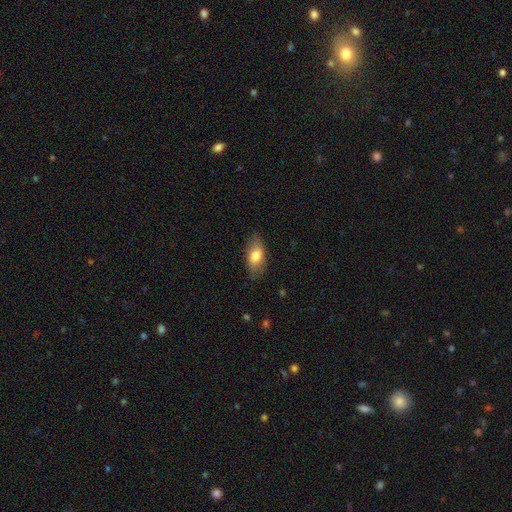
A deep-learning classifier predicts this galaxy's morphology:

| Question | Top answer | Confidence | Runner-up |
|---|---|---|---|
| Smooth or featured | smooth | 76% | featured or disk (18%) |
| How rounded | in between | 90% | cigar-shaped (5%) |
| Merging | none | 78% | minor disturbance (17%) |